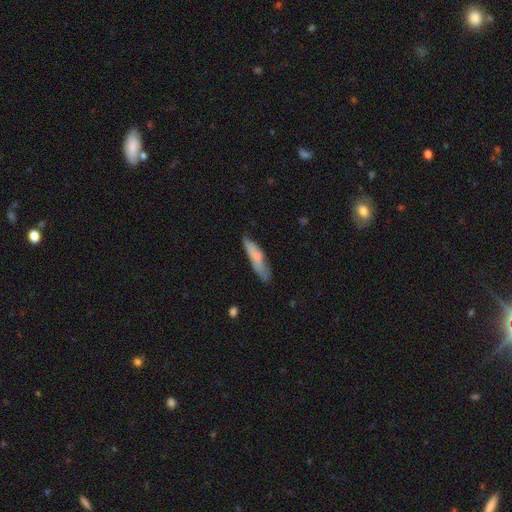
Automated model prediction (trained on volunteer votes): Smooth or featured?
  - smooth: 63% *
  - featured or disk: 30%
  - star or artifact: 6%
How rounded?
  - cigar-shaped: 73% *
  - in between: 25%
  - round: 2%
Merging?
  - none: 61% *
  - minor disturbance: 28%
  - major disturbance: 8%
  - merger: 3%